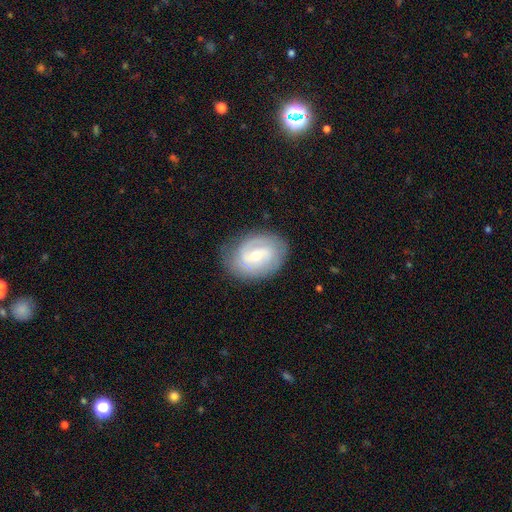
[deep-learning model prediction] This is likely a featured or disk galaxy (77%). It is clearly not viewed edge-on (96%). Bar: possibly weak (54%). Spiral arm pattern: clearly yes (89%). Spiral arm count: likely 2 (62%). Spiral winding: marginally tight (44%). Central bulge: possibly moderate (55%). Merging: likely none (78%).